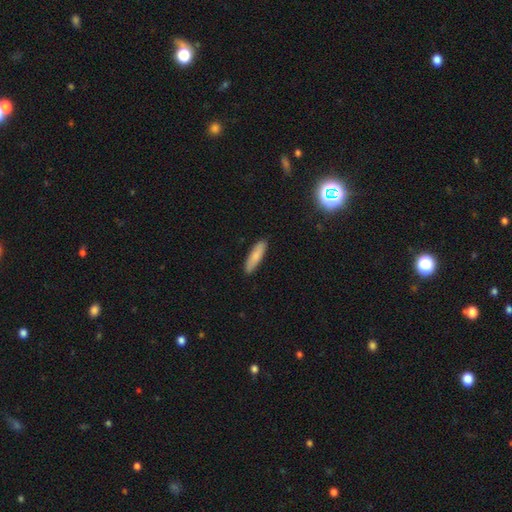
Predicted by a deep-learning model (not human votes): This is clearly a smooth galaxy (83%). How rounded: likely cigar-shaped (70%). Merging: clearly none (89%).